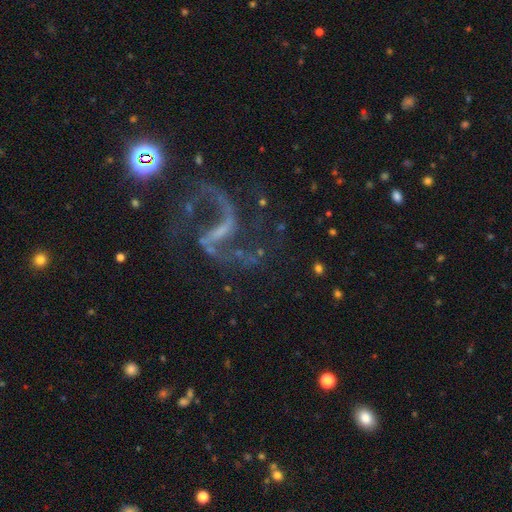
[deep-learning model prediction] Overall: featured or disk (89%). Edge-on disk: no (98%). Bar: weak (45%; strong 37%). Spiral arms: yes (97%). Spiral arm count: 2 (93%). Spiral winding: loose (65%; medium 30%). Bulge size: small (45%; none 44%). Merging: none (66%).